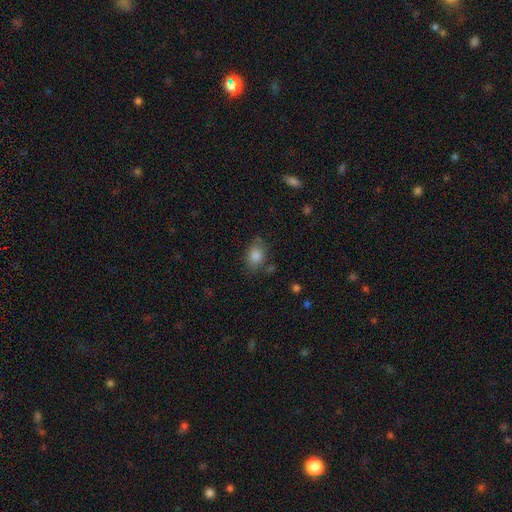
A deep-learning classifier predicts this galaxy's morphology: This is clearly a smooth galaxy (84%). How rounded: likely in between (66%). Merging: likely none (69%).